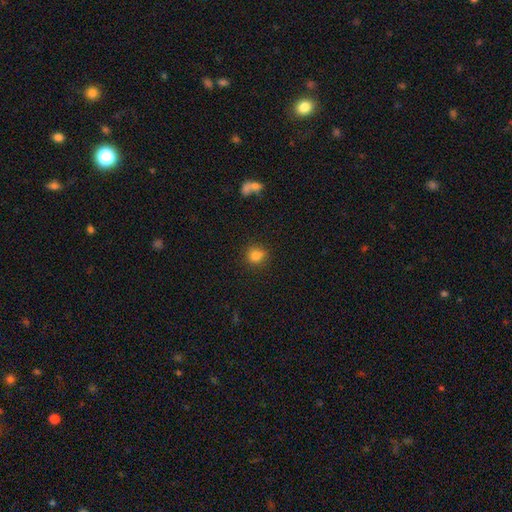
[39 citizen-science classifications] A smooth galaxy with no disk features (90%) that is round (80%).

Vote fractions:
- Smooth or featured? smooth: 90% / star or artifact: 10% / featured or disk: 0%
- How rounded? round: 80% / in between: 20% / cigar-shaped: 0%
- Merging? none: 74% / minor disturbance: 17% / merger: 6% / major disturbance: 3%